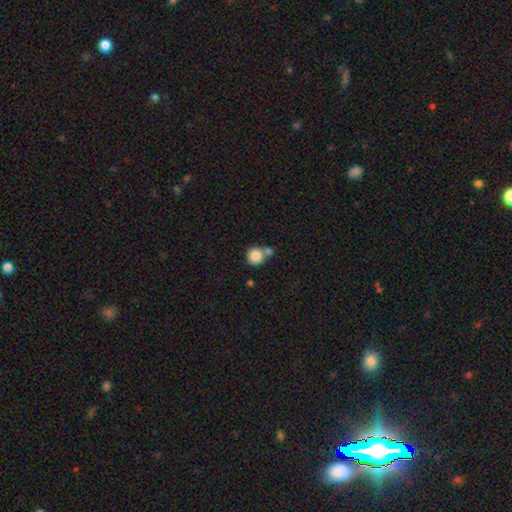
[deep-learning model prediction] Smooth or featured? smooth (86%)
How rounded? round (93%)
Merging? none (55%)